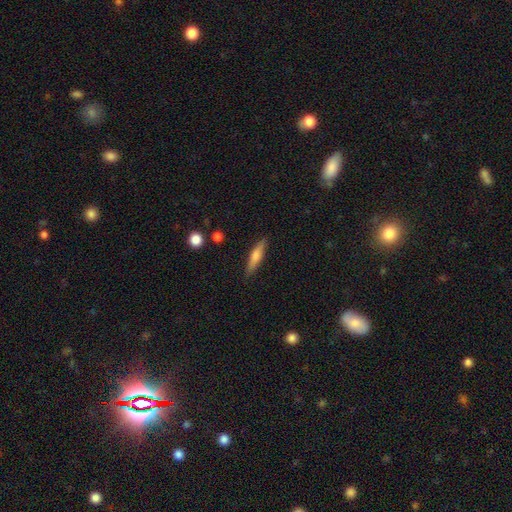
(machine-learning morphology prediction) Smooth or featured?
  - smooth: 61% *
  - featured or disk: 33%
  - star or artifact: 7%
How rounded?
  - cigar-shaped: 79% *
  - in between: 19%
  - round: 2%
Merging?
  - none: 87% *
  - minor disturbance: 10%
  - major disturbance: 2%
  - merger: 2%